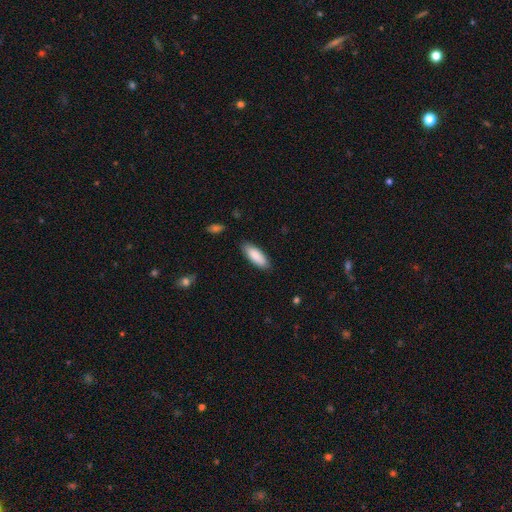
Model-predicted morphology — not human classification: smooth_or_featured: smooth (p=0.88) [alt: featured or disk p=0.07]
how_rounded: in between (p=0.68) [alt: cigar-shaped p=0.31]
merging: none (p=0.86) [alt: minor disturbance p=0.11]